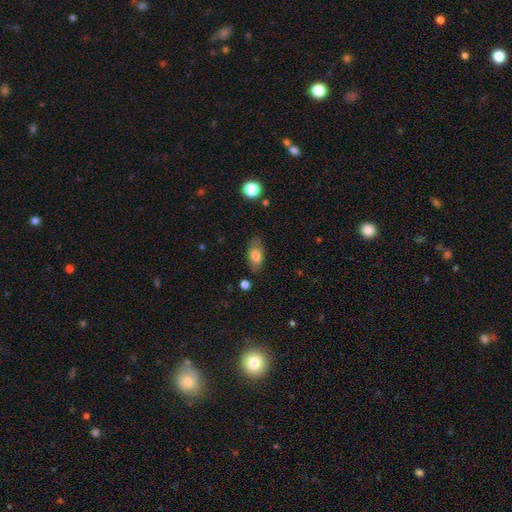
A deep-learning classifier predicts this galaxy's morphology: smooth_or_featured: smooth (p=0.75) [alt: featured or disk p=0.18]
how_rounded: in between (p=0.89) [alt: round p=0.06]
merging: none (p=0.75) [alt: minor disturbance p=0.18]